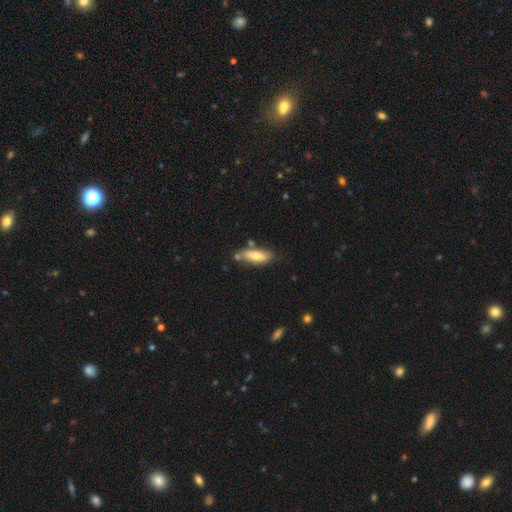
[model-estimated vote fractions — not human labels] Smooth or featured?
  - smooth: 70% *
  - featured or disk: 24%
  - star or artifact: 7%
How rounded?
  - in between: 66% *
  - cigar-shaped: 31%
  - round: 2%
Merging?
  - none: 68% *
  - minor disturbance: 18%
  - merger: 9%
  - major disturbance: 4%